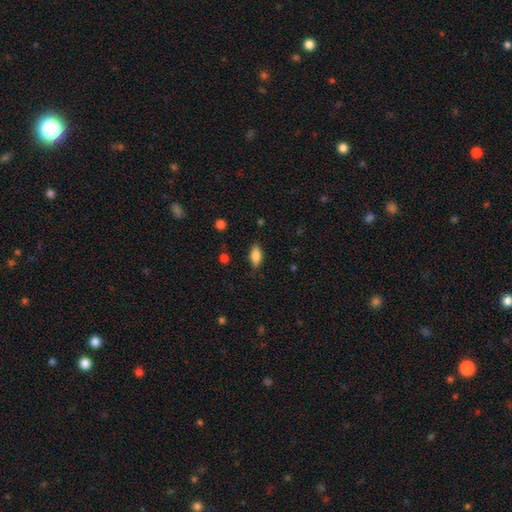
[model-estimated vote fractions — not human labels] Smooth or featured? smooth (81%)
How rounded? in between (87%)
Merging? none (82%)